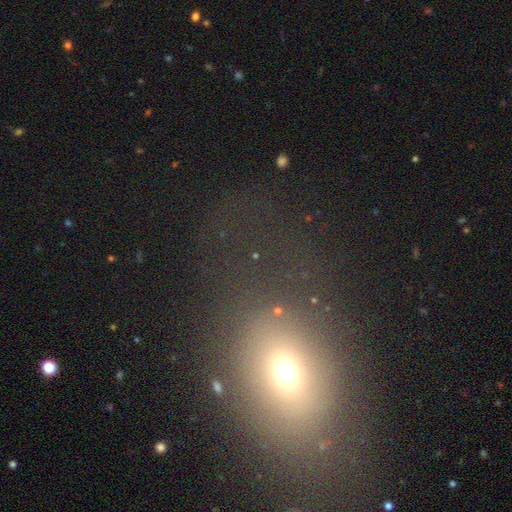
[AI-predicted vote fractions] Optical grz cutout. It shows a star or artifact, not a galaxy (53%).